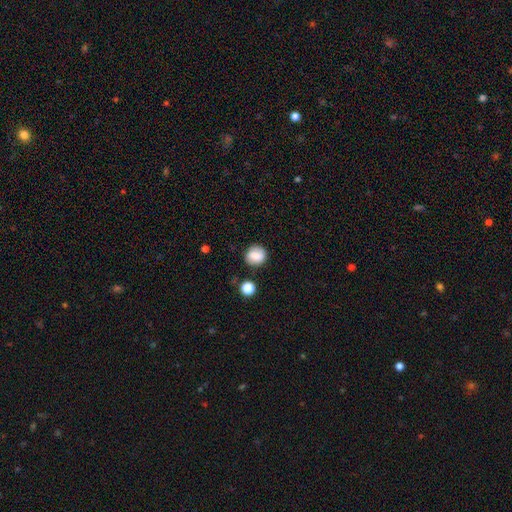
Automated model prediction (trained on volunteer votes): The model was most divided on "how rounded": round: 81%, in between: 18%, cigar-shaped: 1%. More confident: merging — none (81%); smooth or featured — smooth (78%).